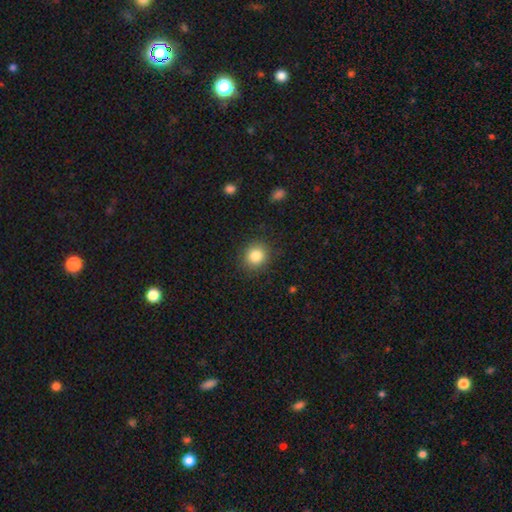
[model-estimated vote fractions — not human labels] Overall: smooth (84%). How rounded: round (85%). Merging: none (89%).